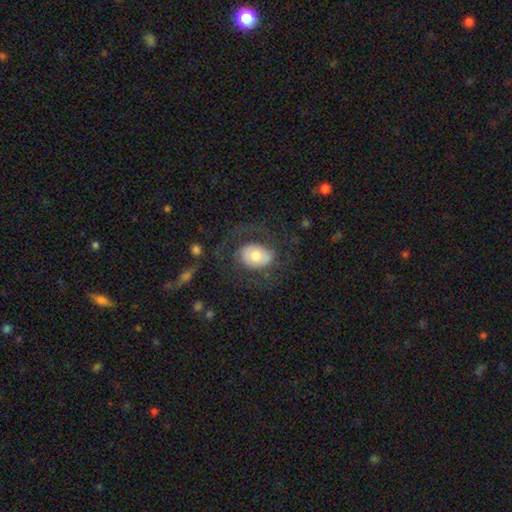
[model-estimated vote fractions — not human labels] This appears to be a smooth galaxy with no disk features (49%). Merging: none (58%).